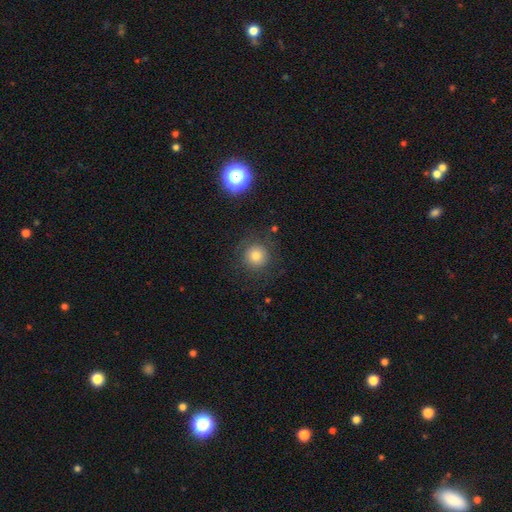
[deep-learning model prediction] Q: Smooth or featured?
A: smooth (74%); runner-up: star or artifact (14%)
Q: How rounded?
A: round (94%); runner-up: in between (5%)
Q: Merging?
A: none (81%); runner-up: minor disturbance (10%)